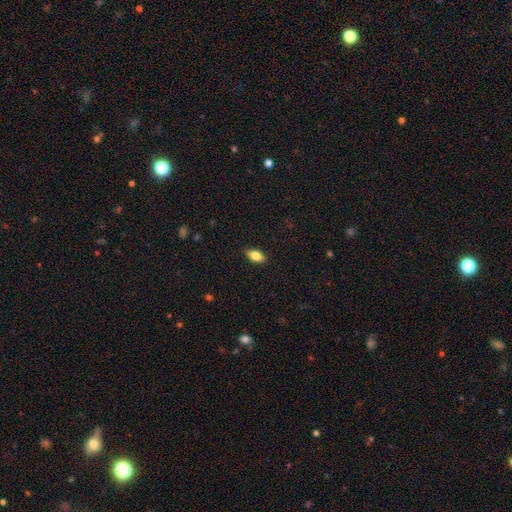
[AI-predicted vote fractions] A smooth galaxy with no disk features (79%) that is in between round and cigar-shaped (88%).

Vote fractions:
- Smooth or featured? smooth: 79% / featured or disk: 14% / star or artifact: 8%
- How rounded? in between: 88% / cigar-shaped: 7% / round: 5%
- Merging? none: 87% / minor disturbance: 10% / major disturbance: 2% / merger: 1%